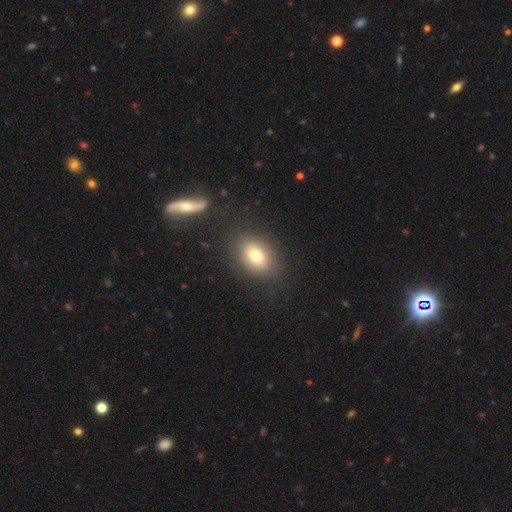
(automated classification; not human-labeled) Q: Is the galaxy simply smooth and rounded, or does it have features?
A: smooth — 74%.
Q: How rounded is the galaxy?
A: in between — 75%.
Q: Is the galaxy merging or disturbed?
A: none — 81%.